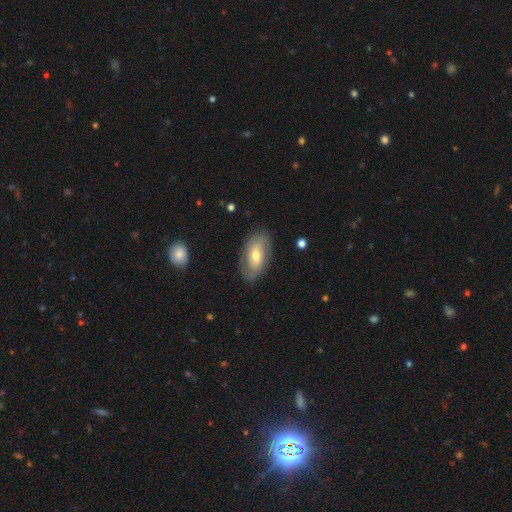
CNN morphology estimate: Smooth or featured?
  - featured or disk: 55% *
  - smooth: 38%
  - star or artifact: 6%
Edge-on disk?
  - no: 92% *
  - yes: 8%
Bar?
  - no: 48% *
  - weak: 37%
  - strong: 14%
Spiral arms?
  - yes: 73% *
  - no: 27%
Bulge size?
  - moderate: 57% *
  - small: 35%
  - large: 5%
  - none: 1%
  - dominant: 1%
Merging?
  - none: 80% *
  - minor disturbance: 14%
  - major disturbance: 5%
  - merger: 1%